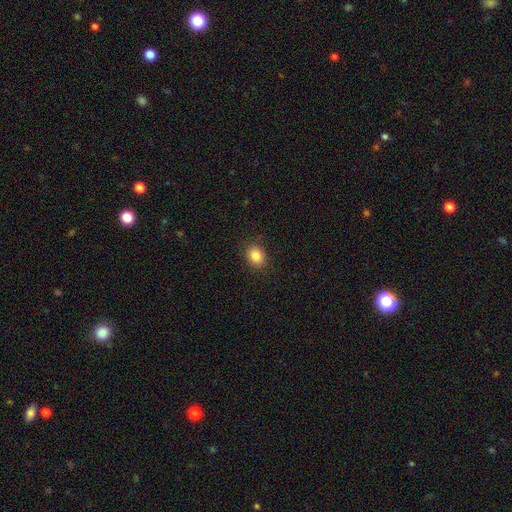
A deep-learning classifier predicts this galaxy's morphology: smooth-or-featured: smooth: 85% | star or artifact: 10% | featured or disk: 5%
  how-rounded: round: 52% | in between: 47% | cigar-shaped: 1%
  merging: none: 88% | minor disturbance: 9% | major disturbance: 2% | merger: 1%